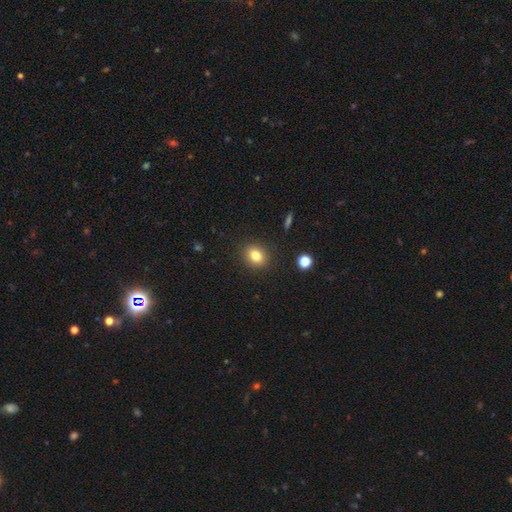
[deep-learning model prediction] Smooth or featured? smooth (80%)
How rounded? round (56%)
Merging? none (88%)